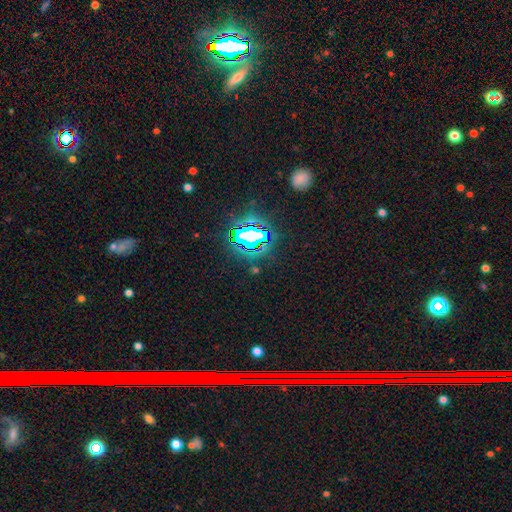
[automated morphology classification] A star or artifact, not a galaxy (82%).